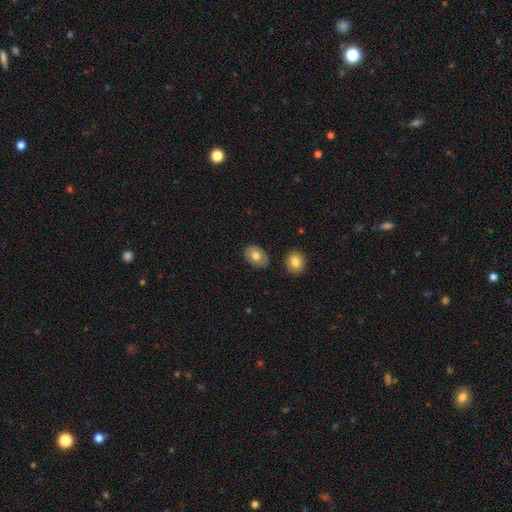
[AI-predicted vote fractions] This is likely a smooth galaxy (75%). How rounded: clearly in between (82%). Merging: clearly none (83%).